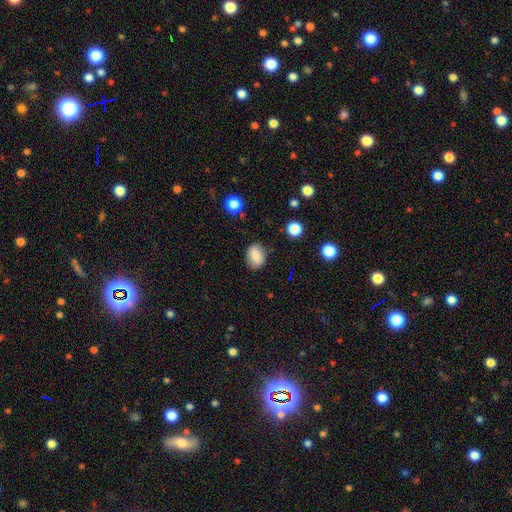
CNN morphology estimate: This is clearly a smooth galaxy (80%). How rounded: likely in between (67%). Merging: clearly none (82%).